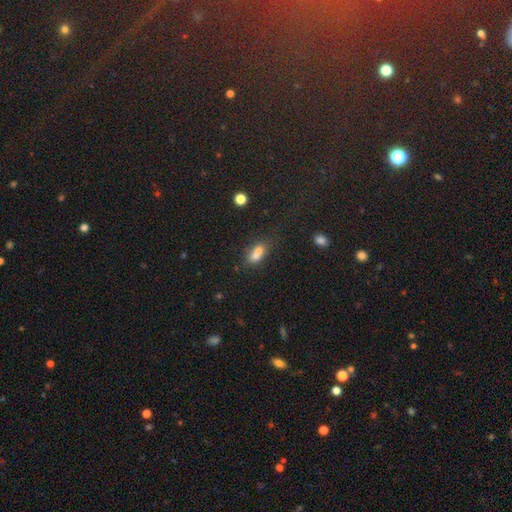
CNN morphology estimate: Q: Smooth or featured?
A: smooth (71%); runner-up: featured or disk (16%)
Q: How rounded?
A: in between (74%); runner-up: round (17%)
Q: Merging?
A: merger (51%); runner-up: none (32%)